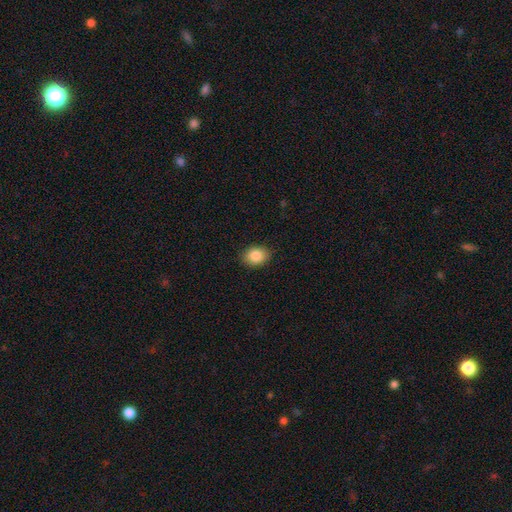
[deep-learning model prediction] Smooth or featured? smooth (86%)
How rounded? in between (60%)
Merging? none (88%)